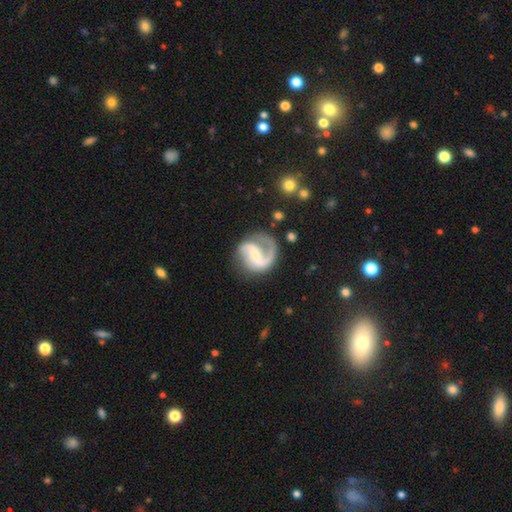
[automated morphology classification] Smooth or featured? Predicted: featured or disk (p=0.85). Edge-on disk? Predicted: no (p=0.98). Bar? Predicted: weak (p=0.44). Spiral arms? Predicted: yes (p=0.95). Spiral winding? Predicted: medium (p=0.45). Spiral arm count? Predicted: 2 (p=0.62). Bulge size? Predicted: small (p=0.51). Merging? Predicted: none (p=0.61).